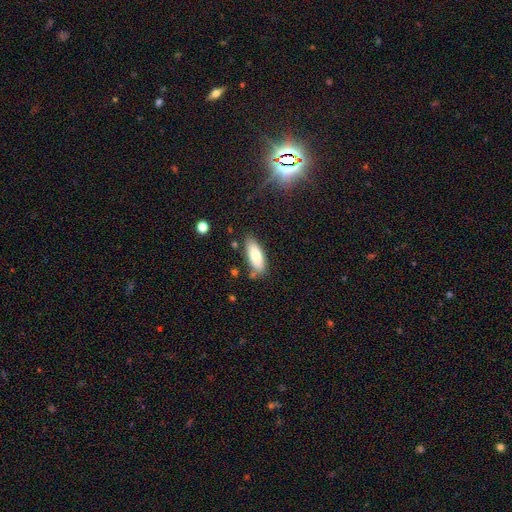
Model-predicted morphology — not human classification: Smooth or featured: smooth — 75% (featured or disk — 19%)
How rounded: in between — 75% (cigar-shaped — 23%)
Merging: none — 79% (minor disturbance — 14%)